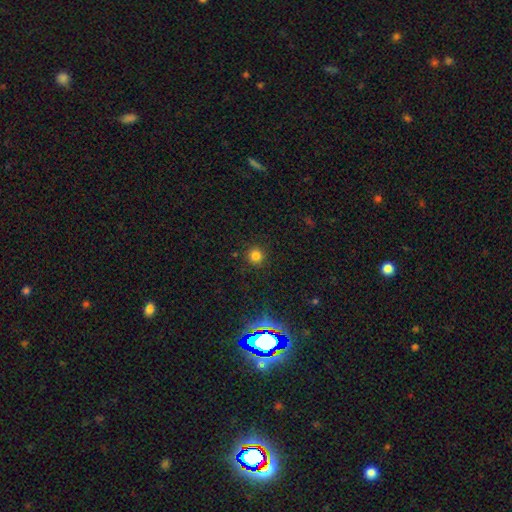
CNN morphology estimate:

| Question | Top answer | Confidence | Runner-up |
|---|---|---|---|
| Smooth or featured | smooth | 80% | star or artifact (15%) |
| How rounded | round | 94% | in between (5%) |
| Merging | none | 91% | minor disturbance (6%) |